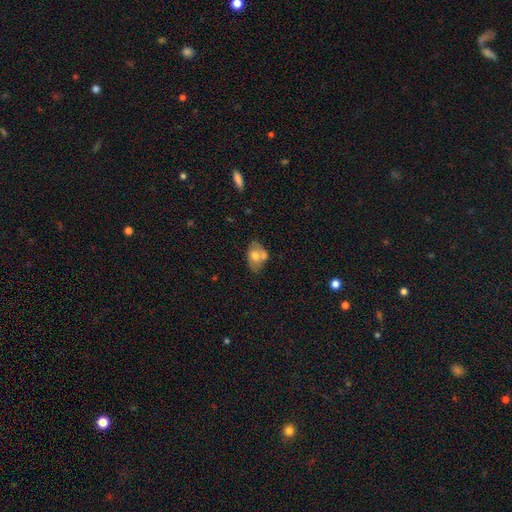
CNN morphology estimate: A smooth galaxy with no disk features (62%) that is in between round and cigar-shaped (80%). Merging: none (41%).